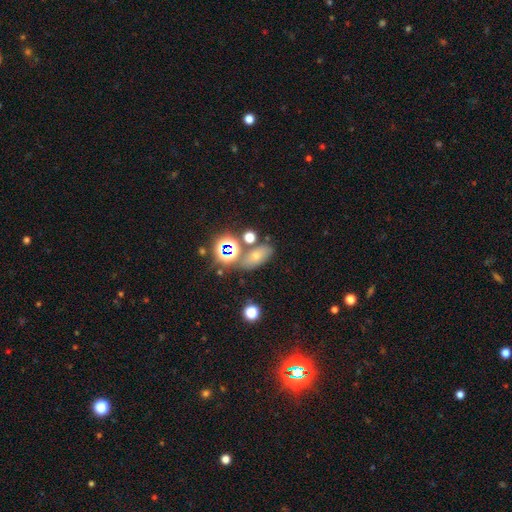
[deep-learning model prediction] Smooth or featured? Predicted: star or artifact (p=0.43).